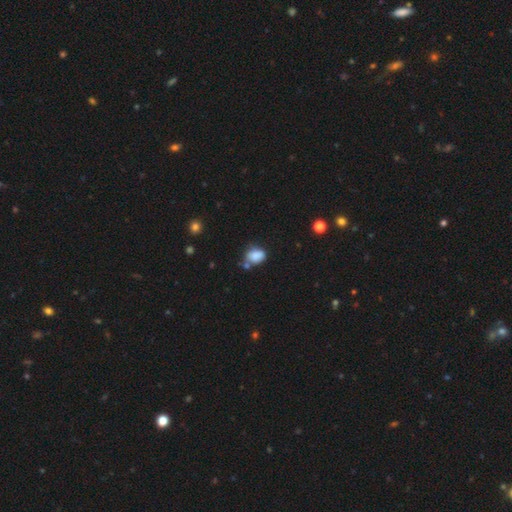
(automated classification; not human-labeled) A smooth galaxy with no disk features (82%) that is in between round and cigar-shaped (64%).

Vote fractions:
- Smooth or featured? smooth: 82% / star or artifact: 10% / featured or disk: 9%
- How rounded? in between: 64% / round: 35% / cigar-shaped: 1%
- Merging? none: 48% / minor disturbance: 26% / merger: 19% / major disturbance: 8%